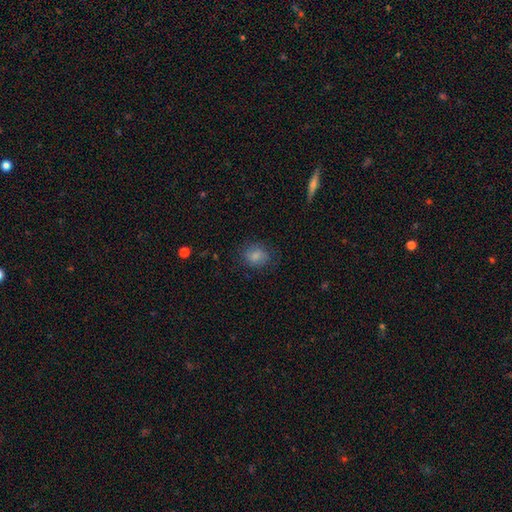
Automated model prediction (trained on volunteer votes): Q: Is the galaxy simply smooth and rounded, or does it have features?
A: smooth — 82%.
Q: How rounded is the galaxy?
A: round — 62%.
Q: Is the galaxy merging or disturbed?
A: none — 78%.